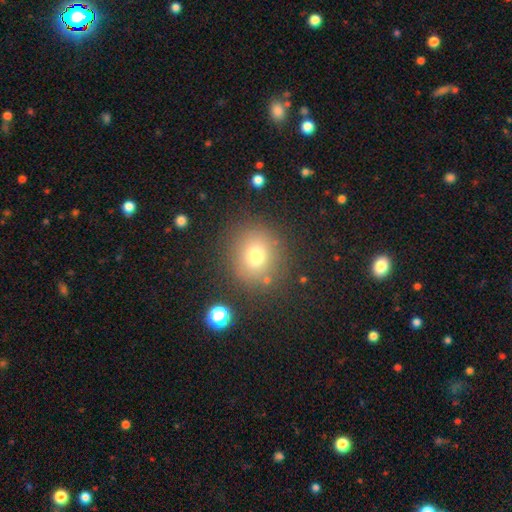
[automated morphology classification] Smooth or featured?
  - smooth: 74% *
  - star or artifact: 15%
  - featured or disk: 10%
How rounded?
  - round: 85% *
  - in between: 15%
  - cigar-shaped: 1%
Merging?
  - none: 84% *
  - minor disturbance: 9%
  - major disturbance: 4%
  - merger: 3%